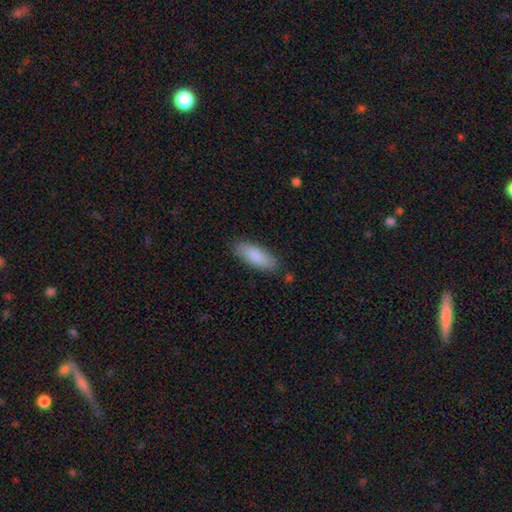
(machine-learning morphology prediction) type=smooth (86%); roundness=in between (67%); merging=none (84%).